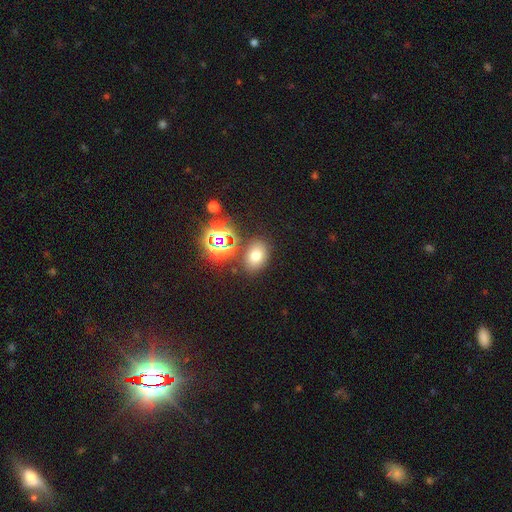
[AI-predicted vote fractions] Smooth or featured?
  - smooth: 67% *
  - star or artifact: 23%
  - featured or disk: 10%
How rounded?
  - in between: 72% *
  - round: 26%
  - cigar-shaped: 1%
Merging?
  - none: 80% *
  - minor disturbance: 10%
  - merger: 7%
  - major disturbance: 4%